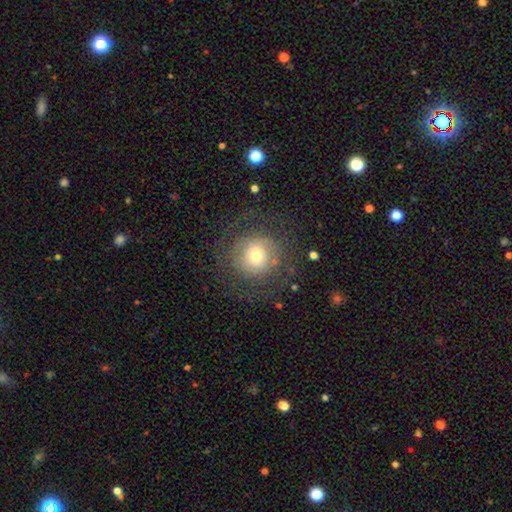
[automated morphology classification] The model was most divided on "smooth or featured": featured or disk: 46%, smooth: 43%, star or artifact: 11%. More confident: merging — none (73%).